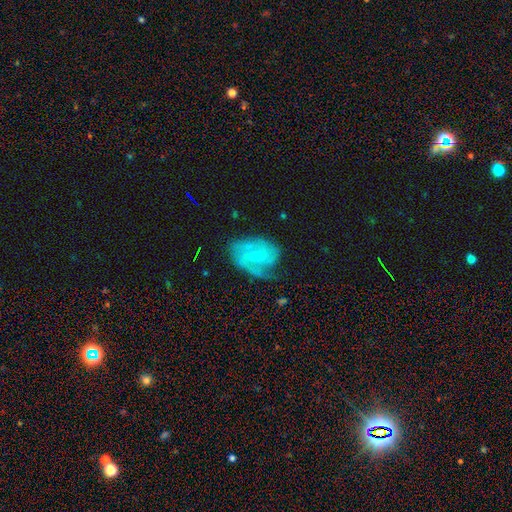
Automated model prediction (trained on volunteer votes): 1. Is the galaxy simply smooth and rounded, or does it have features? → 78% featured or disk, 15% smooth, 6% star or artifact.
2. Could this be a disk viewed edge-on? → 97% no, 3% yes.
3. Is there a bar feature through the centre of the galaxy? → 63% no, 31% weak, 6% strong.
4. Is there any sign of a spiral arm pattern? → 92% yes, 8% no.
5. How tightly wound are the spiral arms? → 43% medium, 40% tight, 18% loose.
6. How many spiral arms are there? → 40% 2, 22% can't tell, 20% 3, 11% 1, 4% 4, 4% more than 4.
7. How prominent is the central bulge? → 59% small, 37% moderate, 2% none, 1% large, 1% dominant.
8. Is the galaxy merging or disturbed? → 57% none, 27% minor disturbance, 15% major disturbance, 2% merger.